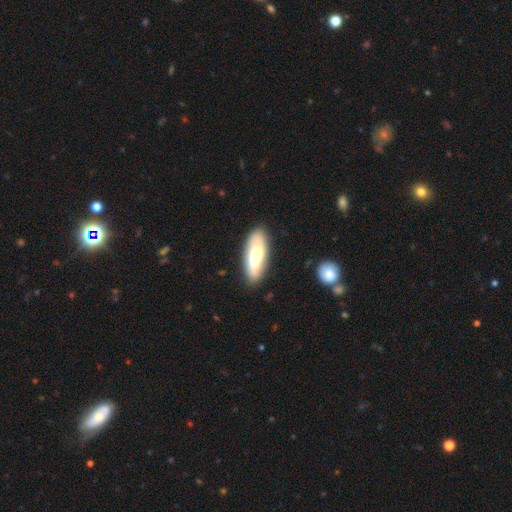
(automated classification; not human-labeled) smooth-or-featured: smooth: 65% | featured or disk: 29% | star or artifact: 6%
  how-rounded: in between: 67% | cigar-shaped: 31% | round: 2%
  merging: none: 81% | minor disturbance: 14% | major disturbance: 3% | merger: 2%